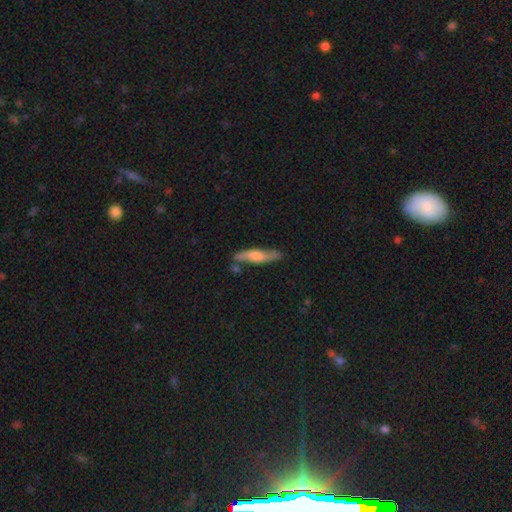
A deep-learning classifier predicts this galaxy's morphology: Smooth or featured? featured or disk (51%)
Edge-on disk? yes (65%)
Merging? none (73%)